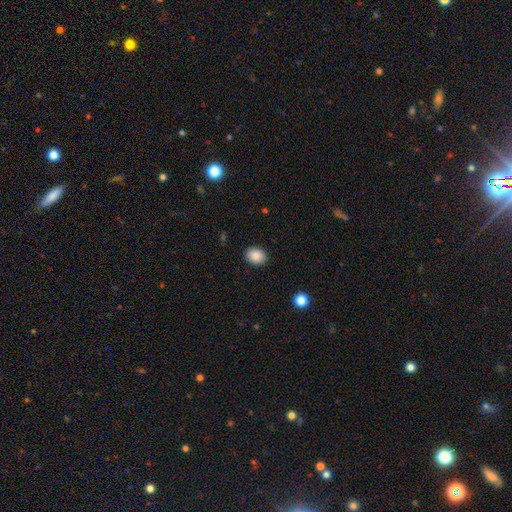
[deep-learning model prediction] A smooth galaxy with no disk features (89%) that is in between round and cigar-shaped (58%). Merging: none (89%).